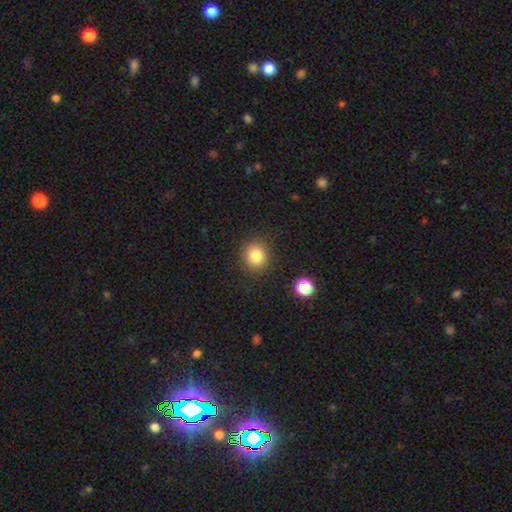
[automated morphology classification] smooth-or-featured: smooth: 83% | star or artifact: 11% | featured or disk: 6%
  how-rounded: round: 77% | in between: 22% | cigar-shaped: 1%
  merging: none: 87% | minor disturbance: 8% | major disturbance: 3% | merger: 2%